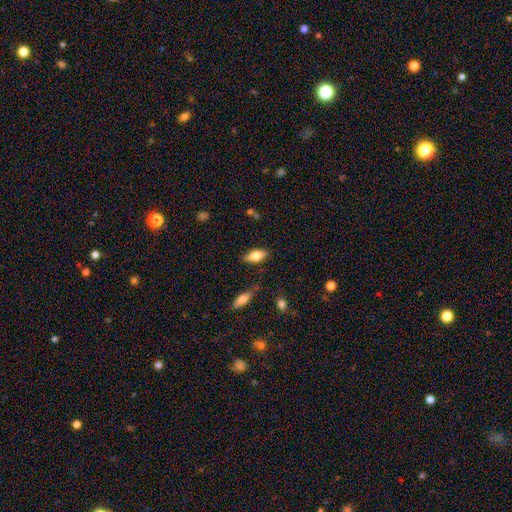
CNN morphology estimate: A smooth galaxy with no disk features (72%) that is in between round and cigar-shaped (82%).

Vote fractions:
- Smooth or featured? smooth: 72% / featured or disk: 21% / star or artifact: 7%
- How rounded? in between: 82% / cigar-shaped: 15% / round: 3%
- Merging? none: 83% / minor disturbance: 12% / major disturbance: 3% / merger: 2%